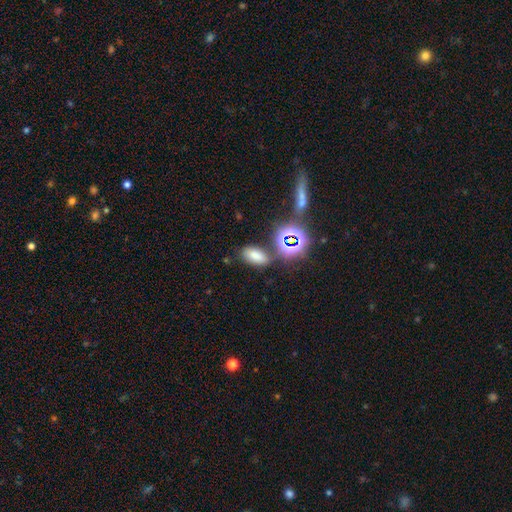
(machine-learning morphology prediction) Smooth or featured?
  - smooth: 66% *
  - star or artifact: 25%
  - featured or disk: 8%
How rounded?
  - in between: 86% *
  - round: 9%
  - cigar-shaped: 5%
Merging?
  - none: 70% *
  - minor disturbance: 14%
  - merger: 11%
  - major disturbance: 5%